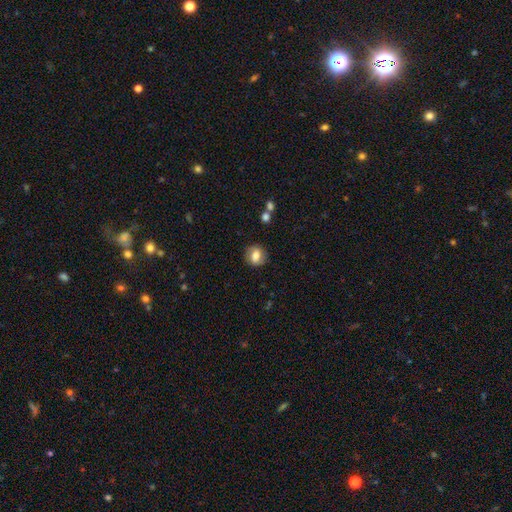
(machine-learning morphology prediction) smooth_or_featured: smooth (p=0.63) [alt: featured or disk p=0.28]
how_rounded: round (p=0.70) [alt: in between p=0.29]
merging: none (p=0.84) [alt: minor disturbance p=0.11]